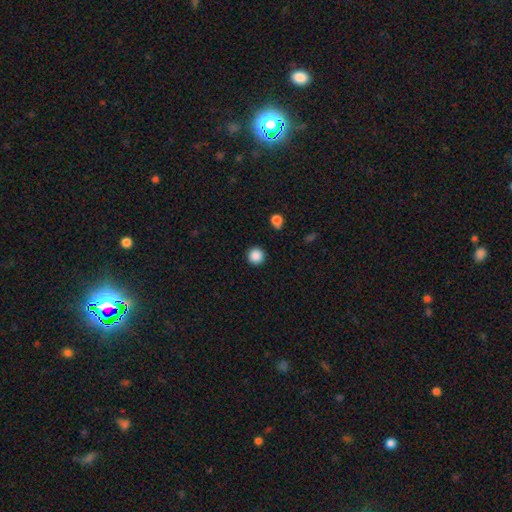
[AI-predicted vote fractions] Smooth or featured: smooth — 88% (star or artifact — 10%)
How rounded: round — 95% (in between — 4%)
Merging: none — 92% (minor disturbance — 5%)